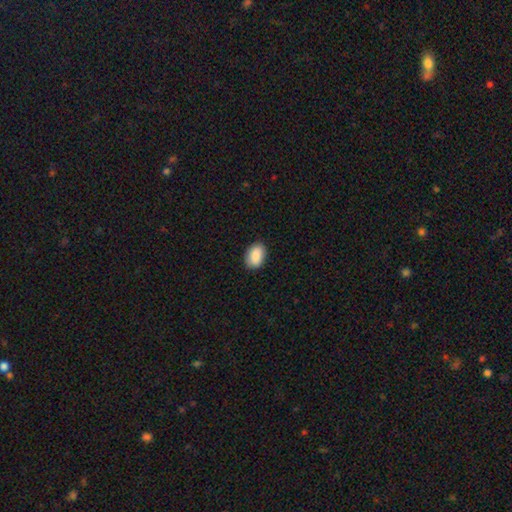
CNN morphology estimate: Q: Smooth or featured?
A: smooth (89%); runner-up: star or artifact (7%)
Q: How rounded?
A: in between (87%); runner-up: round (12%)
Q: Merging?
A: none (87%); runner-up: minor disturbance (10%)